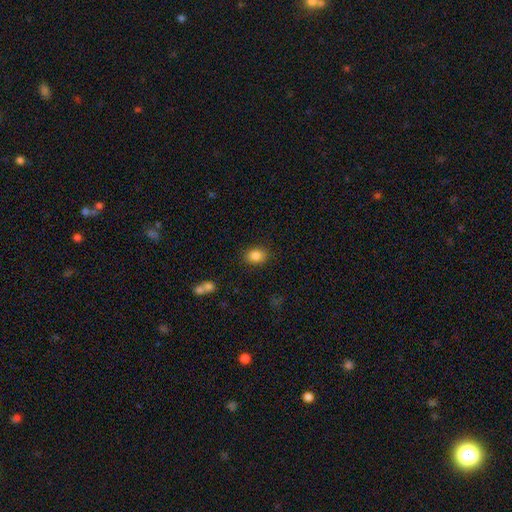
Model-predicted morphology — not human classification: Smooth or featured: smooth — 85% (star or artifact — 9%)
How rounded: in between — 64% (round — 35%)
Merging: none — 86% (minor disturbance — 9%)